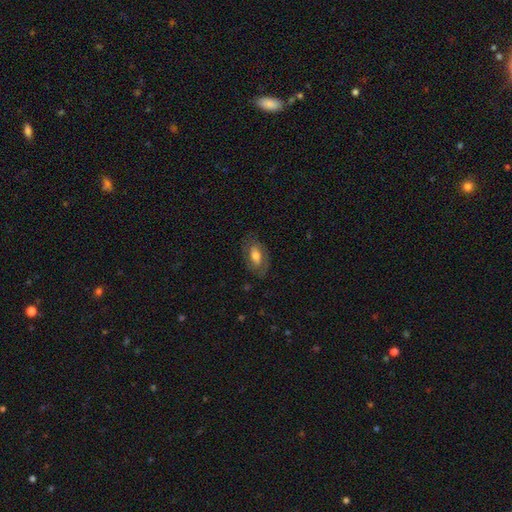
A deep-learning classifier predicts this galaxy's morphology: Smooth or featured?
  - smooth: 49% *
  - featured or disk: 44%
  - star or artifact: 7%
Merging?
  - none: 74% *
  - minor disturbance: 17%
  - major disturbance: 8%
  - merger: 1%